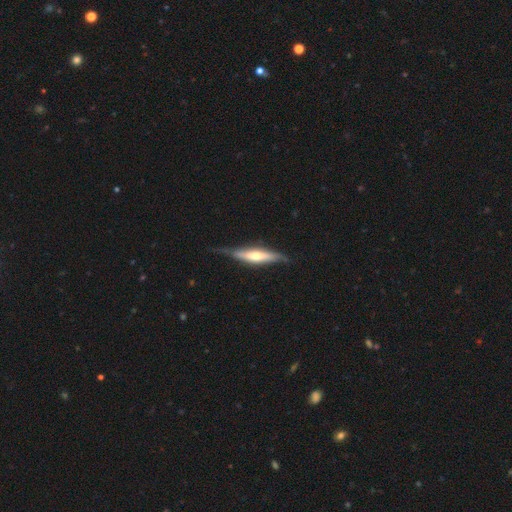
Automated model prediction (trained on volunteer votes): A featured or disk galaxy (61%) viewed edge-on (87%) with a rounded central bulge (69%).

Vote fractions:
- Smooth or featured? featured or disk: 61% / smooth: 34% / star or artifact: 5%
- Edge-on disk? yes: 87% / no: 13%
- Edge-on bulge? rounded: 69% / boxy: 18% / none: 12%
- Merging? none: 64% / minor disturbance: 27% / major disturbance: 8% / merger: 2%